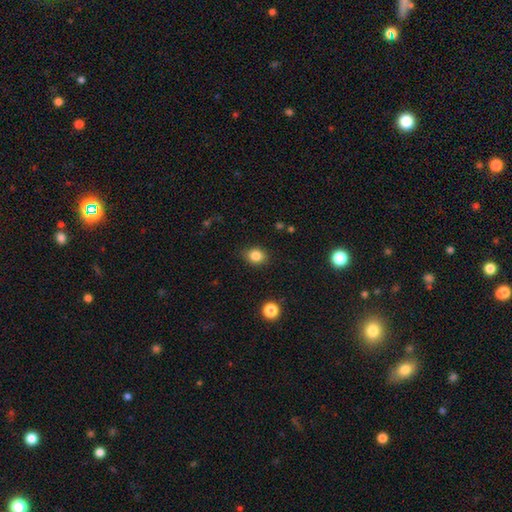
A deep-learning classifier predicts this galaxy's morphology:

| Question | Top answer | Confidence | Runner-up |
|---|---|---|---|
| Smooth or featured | smooth | 84% | star or artifact (11%) |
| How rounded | round | 58% | in between (41%) |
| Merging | none | 85% | minor disturbance (11%) |